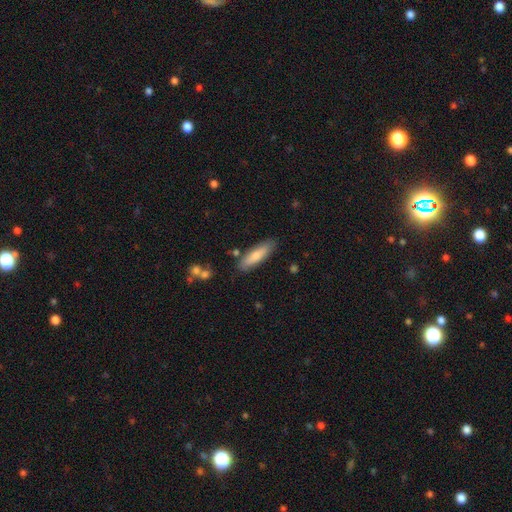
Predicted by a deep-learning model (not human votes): Overall: smooth (76%). How rounded: cigar-shaped (62%; in between 37%). Merging: none (82%).